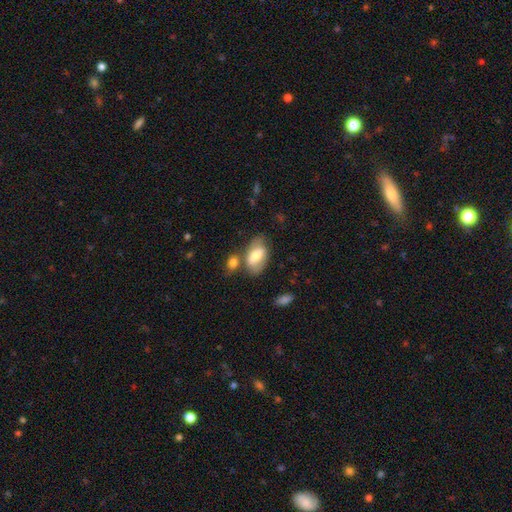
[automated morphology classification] The model was most divided on "smooth or featured": smooth: 60%, featured or disk: 33%, star or artifact: 7%. More confident: how rounded — in between (91%); merging — none (52%).